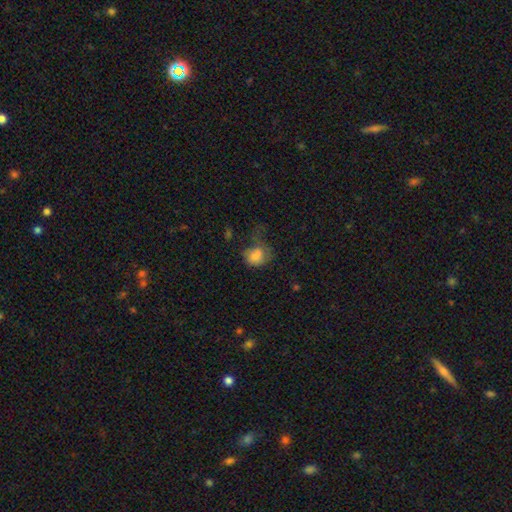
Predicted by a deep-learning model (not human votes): Q: Smooth or featured?
A: smooth (71%); runner-up: featured or disk (18%)
Q: How rounded?
A: round (57%); runner-up: in between (42%)
Q: Merging?
A: major disturbance (34%); runner-up: none (28%)